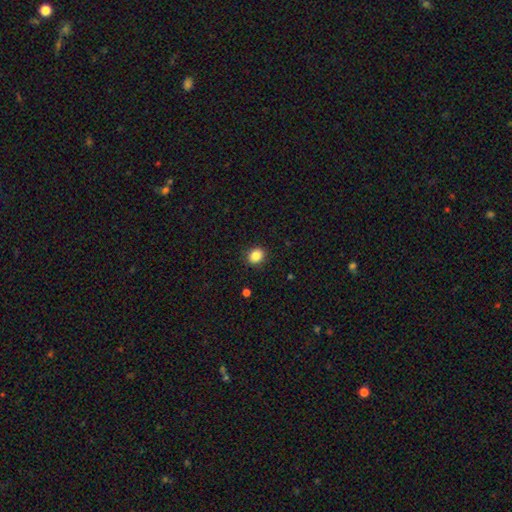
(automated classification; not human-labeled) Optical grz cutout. It shows a smooth galaxy with no disk features (85%) that is round (71%). Merging: none (90%).